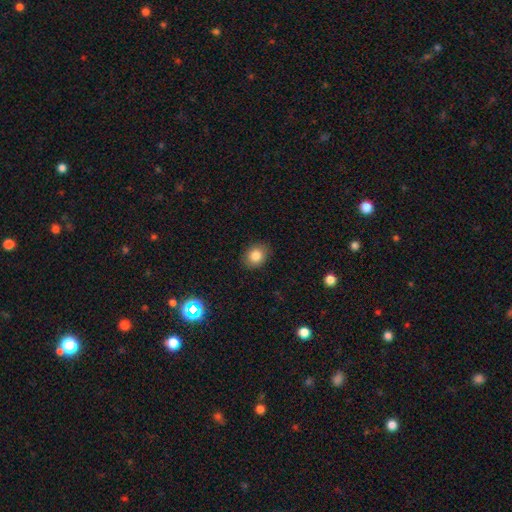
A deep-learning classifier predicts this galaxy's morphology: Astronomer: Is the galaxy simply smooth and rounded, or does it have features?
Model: smooth — 83%.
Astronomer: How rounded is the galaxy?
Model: round — 56% (runner-up: in between, 43%).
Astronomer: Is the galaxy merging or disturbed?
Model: none — 86%.